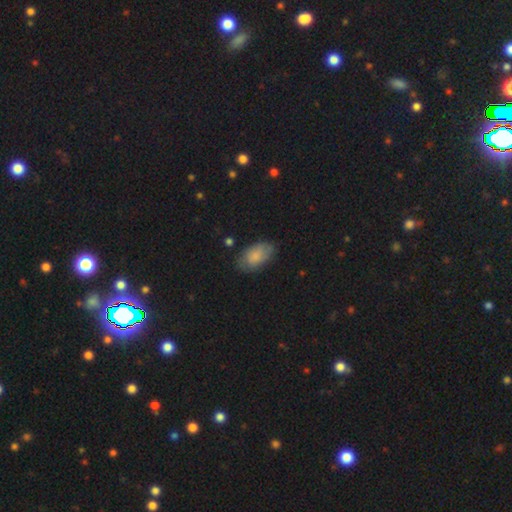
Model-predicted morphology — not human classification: Smooth or featured?
  - smooth: 82% *
  - featured or disk: 11%
  - star or artifact: 7%
How rounded?
  - in between: 93% *
  - round: 5%
  - cigar-shaped: 2%
Merging?
  - none: 73% *
  - minor disturbance: 20%
  - major disturbance: 5%
  - merger: 2%